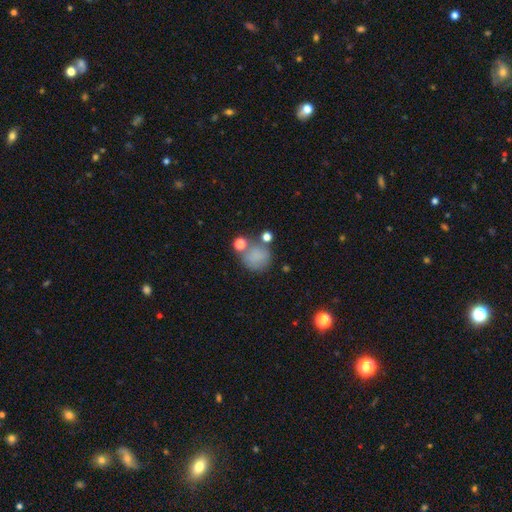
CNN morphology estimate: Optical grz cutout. It shows a smooth galaxy with no disk features (77%) that is round (83%). Merging: none (59%).